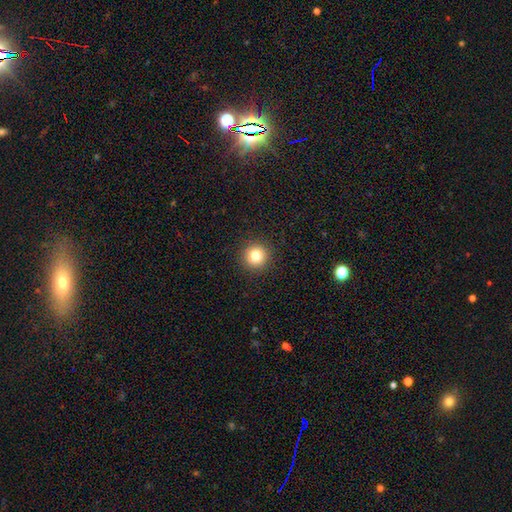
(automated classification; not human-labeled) Smooth or featured?
  - smooth: 80% *
  - star or artifact: 13%
  - featured or disk: 7%
How rounded?
  - round: 95% *
  - in between: 4%
  - cigar-shaped: 1%
Merging?
  - none: 93% *
  - minor disturbance: 4%
  - major disturbance: 2%
  - merger: 1%